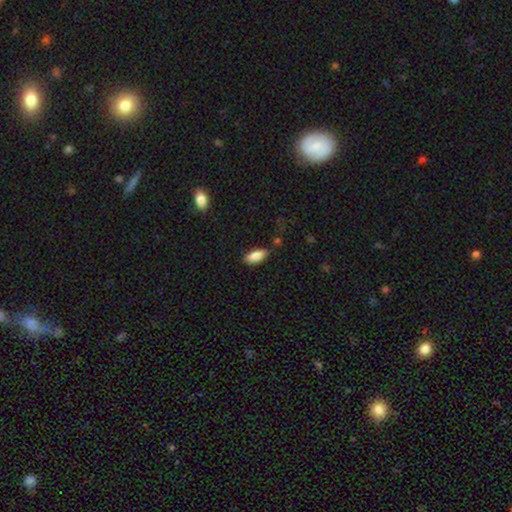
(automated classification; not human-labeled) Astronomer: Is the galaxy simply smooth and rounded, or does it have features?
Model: smooth — 86%.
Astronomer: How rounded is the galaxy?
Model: in between — 81%.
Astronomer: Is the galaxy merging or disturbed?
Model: none — 83%.